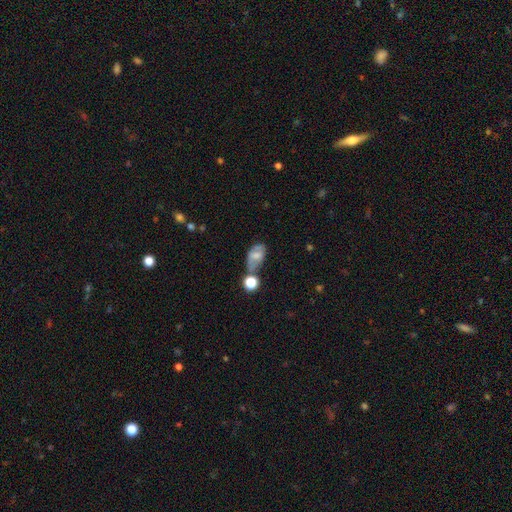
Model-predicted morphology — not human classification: type=smooth (55%); roundness=in between (86%); merging=none (38%).